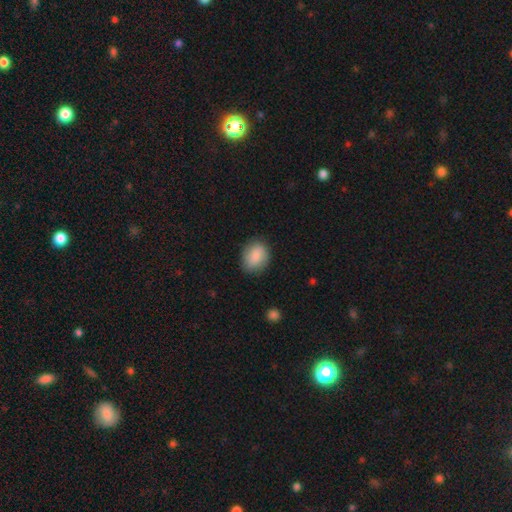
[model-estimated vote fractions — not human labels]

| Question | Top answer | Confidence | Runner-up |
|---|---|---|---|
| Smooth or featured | smooth | 85% | featured or disk (9%) |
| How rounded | in between | 57% | round (42%) |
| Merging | none | 83% | minor disturbance (13%) |